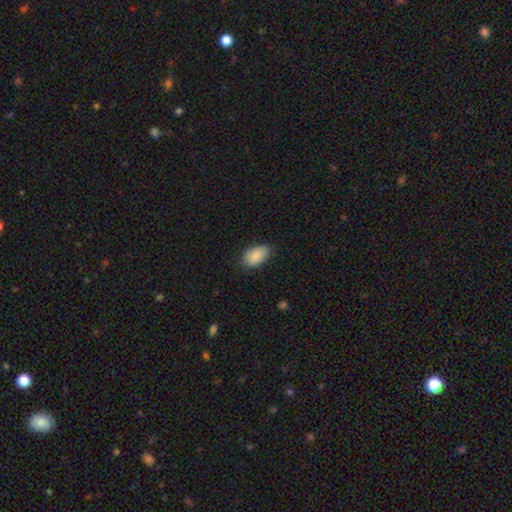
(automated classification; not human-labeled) Q: Smooth or featured?
A: smooth (88%); runner-up: star or artifact (7%)
Q: How rounded?
A: in between (94%); runner-up: round (4%)
Q: Merging?
A: none (78%); runner-up: minor disturbance (17%)